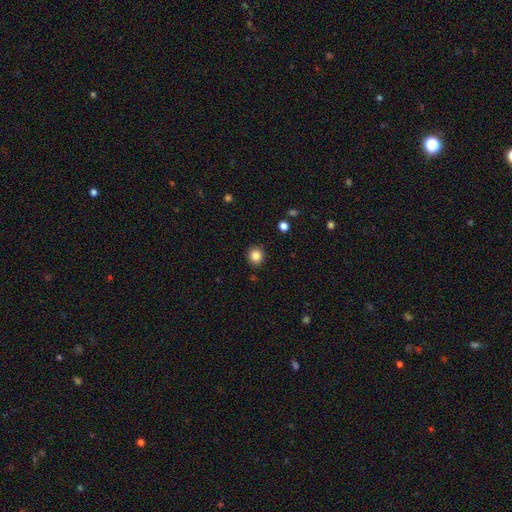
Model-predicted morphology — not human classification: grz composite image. It shows a smooth galaxy with no disk features (85%) that is round (89%). Merging: none (91%).